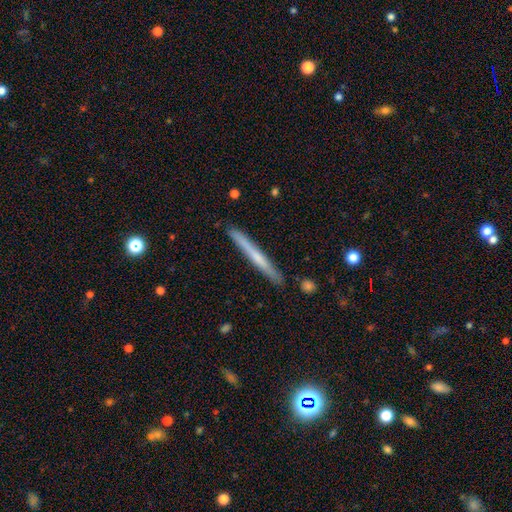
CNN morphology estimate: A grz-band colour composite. It shows a smooth galaxy with no disk features (51%) that is cigar-shaped (97%). Merging: none (90%).